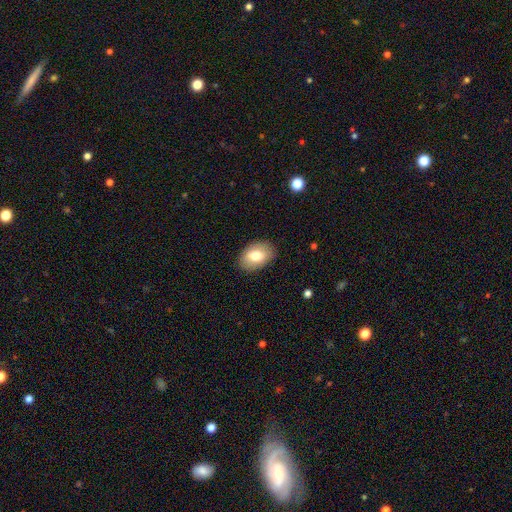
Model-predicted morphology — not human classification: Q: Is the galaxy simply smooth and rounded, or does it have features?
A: smooth — 74%.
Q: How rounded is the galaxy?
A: in between — 85%.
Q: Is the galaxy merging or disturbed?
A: none — 85%.